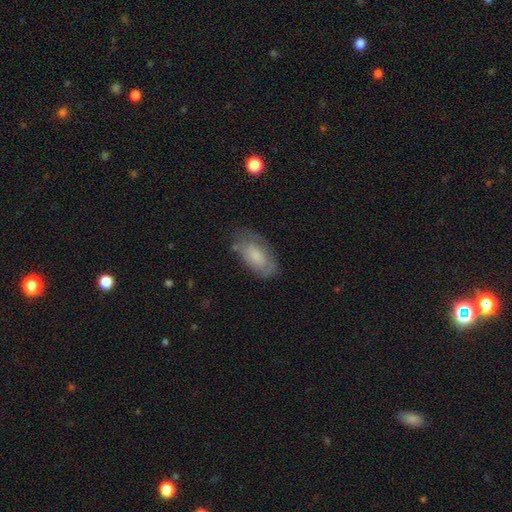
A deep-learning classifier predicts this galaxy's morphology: smooth_or_featured: smooth (p=0.64) [alt: featured or disk p=0.29]
how_rounded: in between (p=0.92) [alt: cigar-shaped p=0.04]
merging: none (p=0.66) [alt: minor disturbance p=0.24]